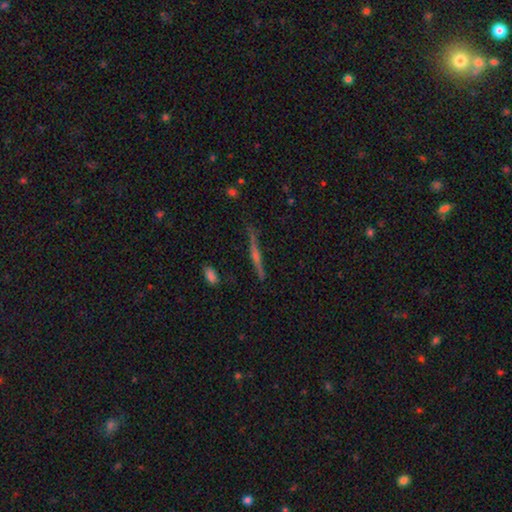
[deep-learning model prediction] Smooth or featured: featured or disk — 68% (smooth — 22%)
Edge-on disk: yes — 97% (no — 3%)
Edge-on bulge: rounded — 70% (none — 20%)
Merging: none — 84% (minor disturbance — 11%)